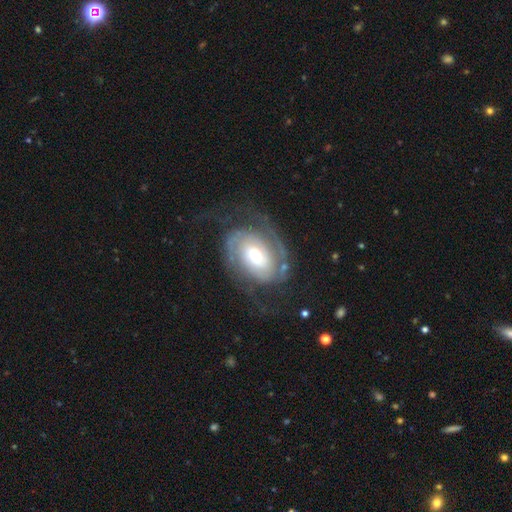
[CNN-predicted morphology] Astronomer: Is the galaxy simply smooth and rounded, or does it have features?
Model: featured or disk — 85%.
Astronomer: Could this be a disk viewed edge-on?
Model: no — 97%.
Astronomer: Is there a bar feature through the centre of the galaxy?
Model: no — 58%.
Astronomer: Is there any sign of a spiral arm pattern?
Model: yes — 94%.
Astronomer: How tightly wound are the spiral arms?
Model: tight — 53% (runner-up: medium, 34%).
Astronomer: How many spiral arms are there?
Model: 2 — 74%.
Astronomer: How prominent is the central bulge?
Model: moderate — 61%.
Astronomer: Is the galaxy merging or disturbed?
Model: none — 65%.